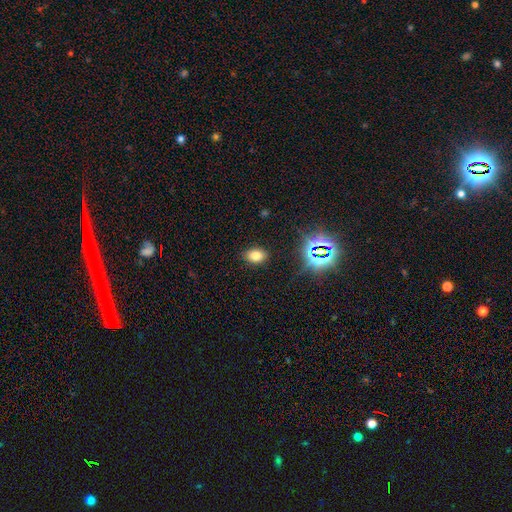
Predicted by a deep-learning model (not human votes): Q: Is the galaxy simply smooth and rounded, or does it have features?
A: smooth — 72%.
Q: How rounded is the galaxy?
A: in between — 76%.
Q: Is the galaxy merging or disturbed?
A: none — 87%.